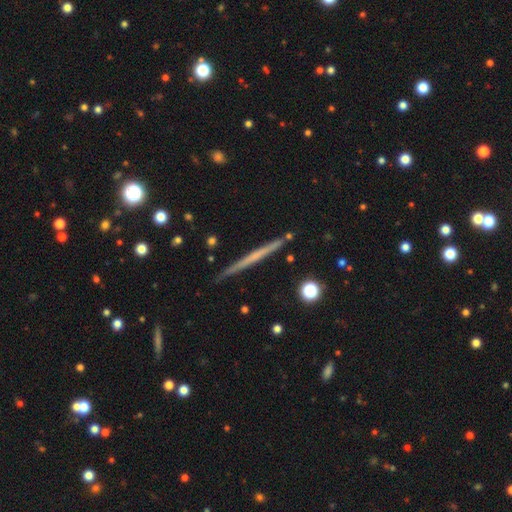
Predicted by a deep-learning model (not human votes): Q: Smooth or featured?
A: featured or disk (55%); runner-up: smooth (39%)
Q: Edge-on disk?
A: yes (98%); runner-up: no (2%)
Q: Edge-on bulge?
A: none (89%); runner-up: rounded (8%)
Q: Merging?
A: none (90%); runner-up: minor disturbance (8%)